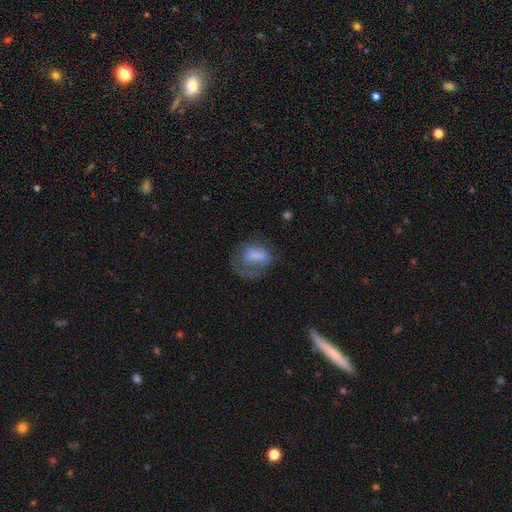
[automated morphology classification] smooth_or_featured: smooth (p=0.54) [alt: featured or disk p=0.36]
how_rounded: in between (p=0.67) [alt: round p=0.29]
merging: major disturbance (p=0.44) [alt: none p=0.31]